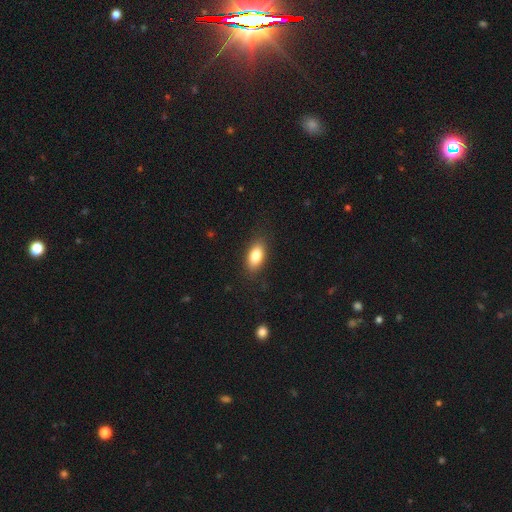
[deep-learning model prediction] This appears to be a smooth galaxy with no disk features (82%) that is in between round and cigar-shaped (88%). Merging: none (86%).